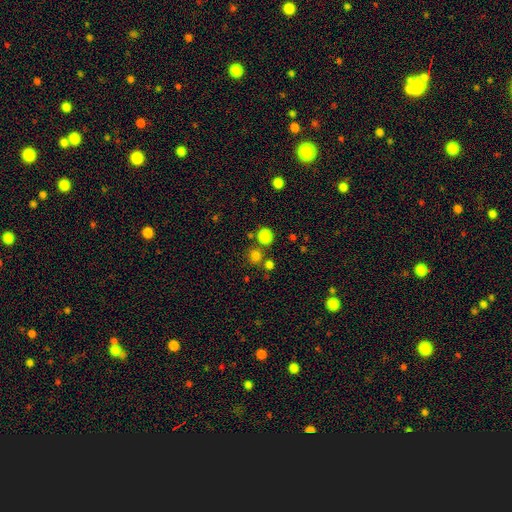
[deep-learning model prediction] smooth 78%, star or artifact 17%, featured or disk 5%. Down the decision tree: how rounded — round (86%); merging — none (73%).